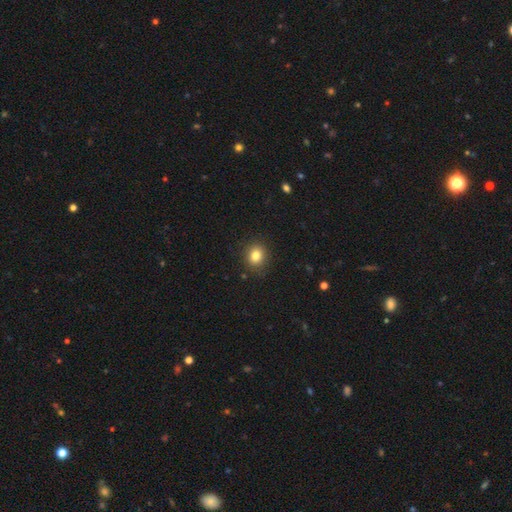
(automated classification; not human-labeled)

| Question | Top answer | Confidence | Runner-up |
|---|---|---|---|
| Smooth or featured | smooth | 83% | star or artifact (11%) |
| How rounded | round | 73% | in between (26%) |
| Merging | none | 87% | minor disturbance (9%) |